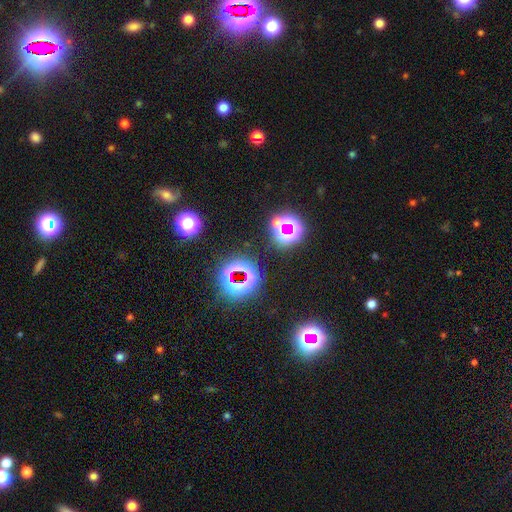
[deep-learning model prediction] Smooth or featured? star or artifact (81%)